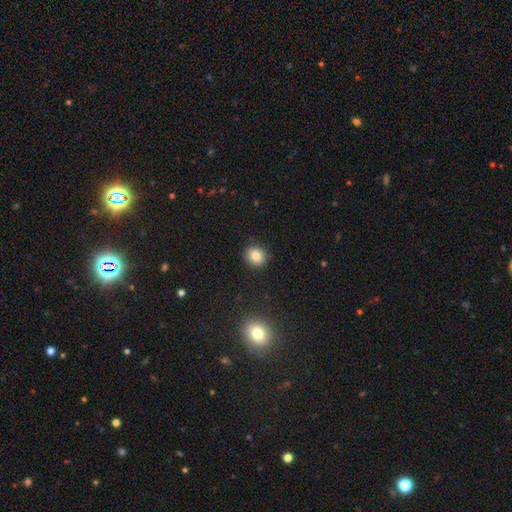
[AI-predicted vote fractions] A smooth galaxy with no disk features (84%) that is round (69%). Merging: none (90%).